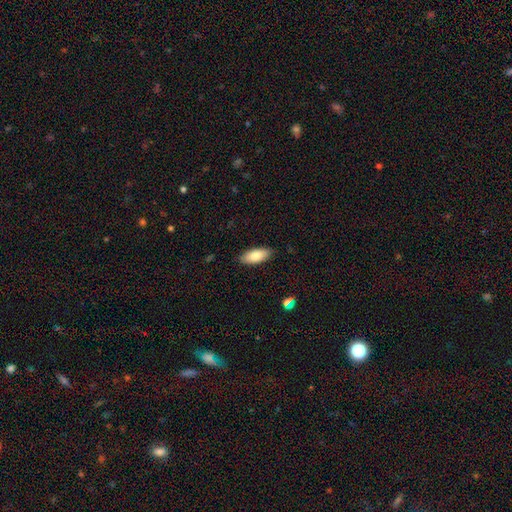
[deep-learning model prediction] A smooth galaxy with no disk features (83%) that is in between round and cigar-shaped (86%). Merging: none (87%).